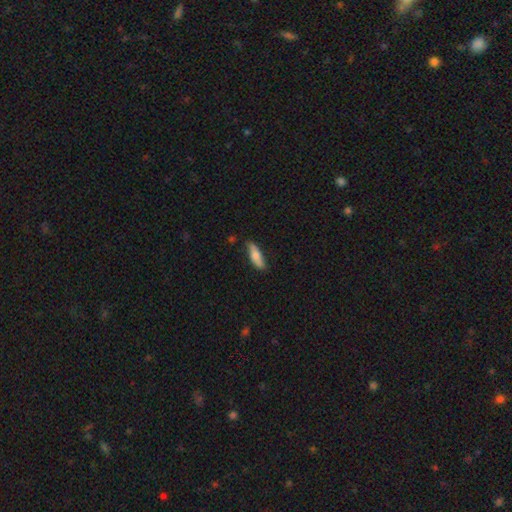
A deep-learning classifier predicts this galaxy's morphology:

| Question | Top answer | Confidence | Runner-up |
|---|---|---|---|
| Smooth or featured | smooth | 69% | featured or disk (25%) |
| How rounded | in between | 53% | cigar-shaped (45%) |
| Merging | none | 75% | minor disturbance (20%) |